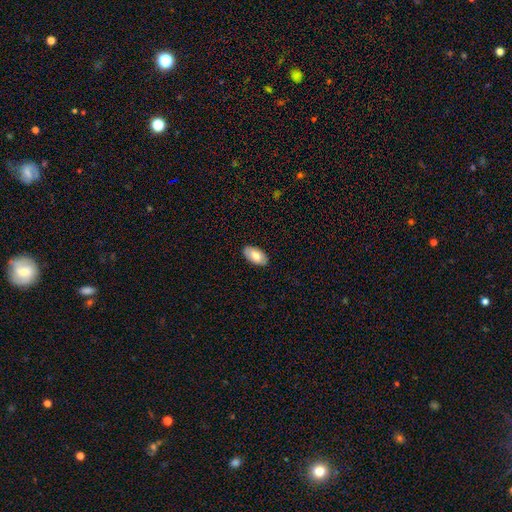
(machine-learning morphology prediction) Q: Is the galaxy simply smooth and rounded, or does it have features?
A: smooth — 76%.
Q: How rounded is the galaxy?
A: in between — 95%.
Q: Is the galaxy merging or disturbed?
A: none — 88%.